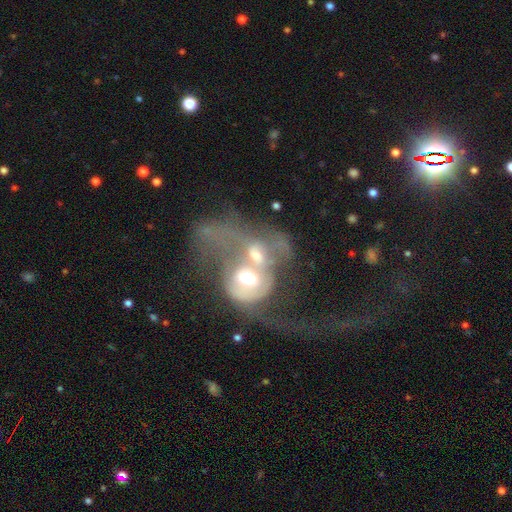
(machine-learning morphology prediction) smooth-or-featured: featured or disk: 60% | smooth: 31% | star or artifact: 10%
  disk-edge-on: no: 95% | yes: 5%
    bar: no: 72% | weak: 20% | strong: 8%
    has-spiral-arms: no: 58% | yes: 42%
    bulge-size: moderate: 64% | large: 17% | small: 13% | none: 3% | dominant: 3%
  merging: merger: 76% | major disturbance: 16% | none: 5% | minor disturbance: 4%